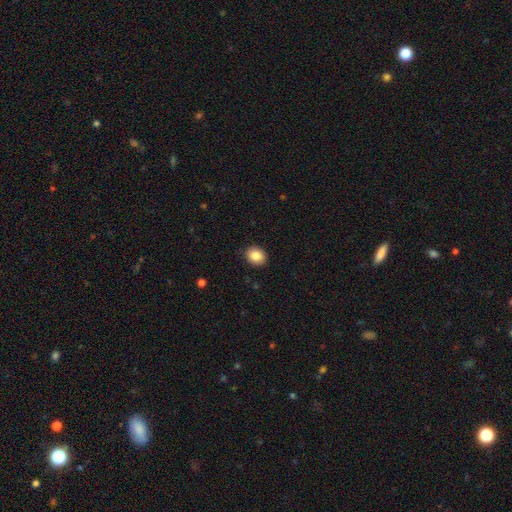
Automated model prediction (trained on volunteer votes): smooth-or-featured: smooth: 86% | star or artifact: 8% | featured or disk: 5%
  how-rounded: round: 63% | in between: 37% | cigar-shaped: 1%
  merging: none: 90% | minor disturbance: 7% | major disturbance: 2% | merger: 1%